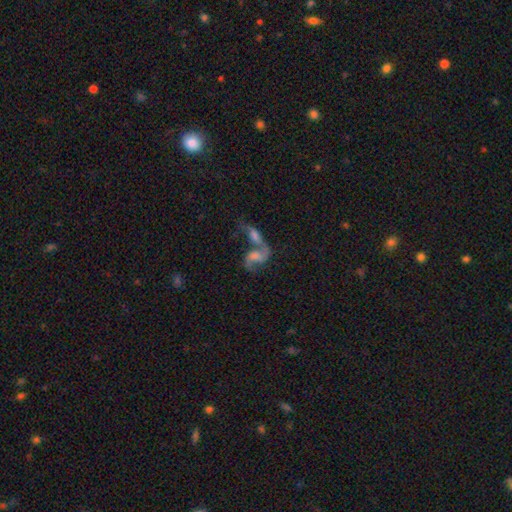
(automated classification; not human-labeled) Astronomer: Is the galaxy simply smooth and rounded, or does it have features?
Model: featured or disk — 73%.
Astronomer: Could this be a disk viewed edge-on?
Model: no — 95%.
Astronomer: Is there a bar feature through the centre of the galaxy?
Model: no — 53% (runner-up: weak, 35%).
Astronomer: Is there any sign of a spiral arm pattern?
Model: yes — 89%.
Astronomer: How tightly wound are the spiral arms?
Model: loose — 63%.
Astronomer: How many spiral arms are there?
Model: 2 — 85%.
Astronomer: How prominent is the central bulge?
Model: none — 34% (runner-up: moderate, 27%).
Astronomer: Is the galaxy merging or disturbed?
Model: merger — 63%.